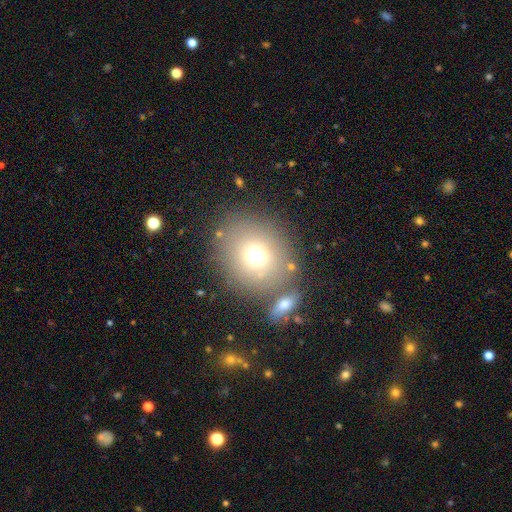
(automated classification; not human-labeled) smooth 70%, star or artifact 16%, featured or disk 15%. Down the decision tree: how rounded — round (77%); merging — none (68%).